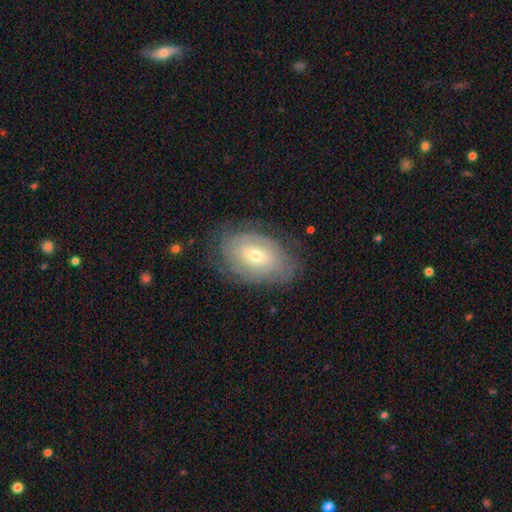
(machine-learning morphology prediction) Smooth or featured: featured or disk — 66% (smooth — 27%)
Edge-on disk: no — 94% (yes — 6%)
Bar: no — 48% (weak — 41%)
Spiral arms: yes — 79% (no — 21%)
Bulge size: small — 49% (moderate — 47%)
Merging: none — 75% (minor disturbance — 18%)